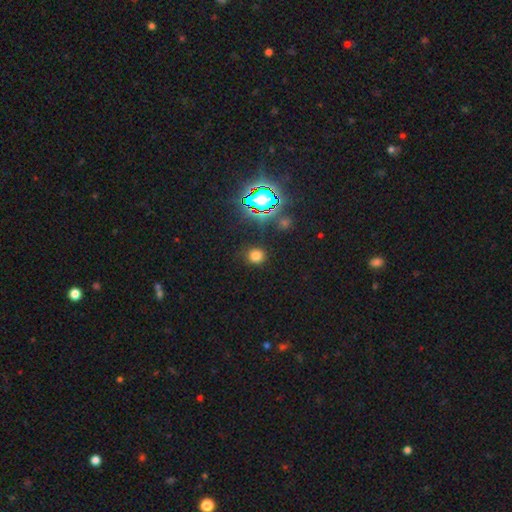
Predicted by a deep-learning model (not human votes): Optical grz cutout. It shows a smooth galaxy with no disk features (71%) that is round (83%). Merging: none (86%).